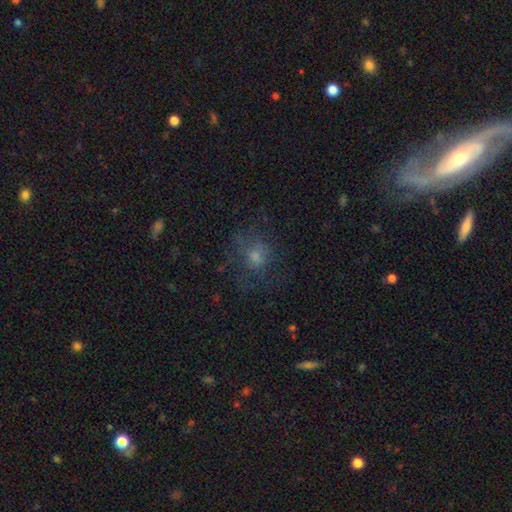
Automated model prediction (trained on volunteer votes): Smooth or featured?
  - smooth: 58% *
  - featured or disk: 23%
  - star or artifact: 19%
How rounded?
  - round: 68% *
  - in between: 31%
  - cigar-shaped: 1%
Merging?
  - none: 57% *
  - major disturbance: 22%
  - minor disturbance: 19%
  - merger: 2%